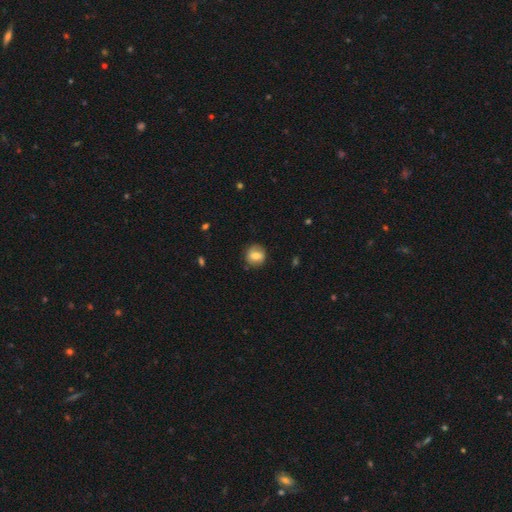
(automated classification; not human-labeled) smooth_or_featured: smooth (p=0.73) [alt: featured or disk p=0.18]
how_rounded: round (p=0.81) [alt: in between p=0.18]
merging: none (p=0.83) [alt: minor disturbance p=0.13]